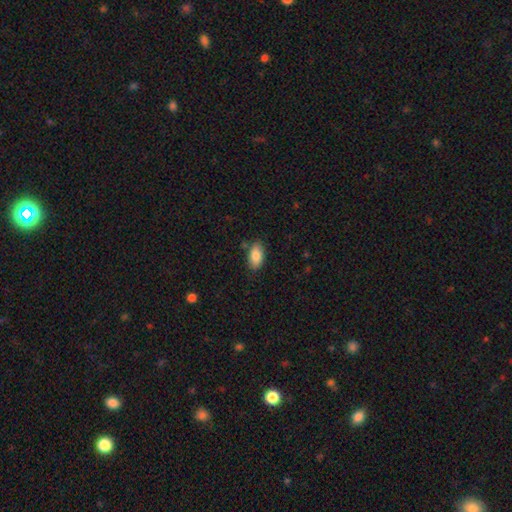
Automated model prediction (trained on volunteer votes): Smooth or featured?
  - smooth: 86% *
  - featured or disk: 7%
  - star or artifact: 7%
How rounded?
  - in between: 93% *
  - round: 4%
  - cigar-shaped: 4%
Merging?
  - none: 82% *
  - minor disturbance: 13%
  - major disturbance: 3%
  - merger: 2%